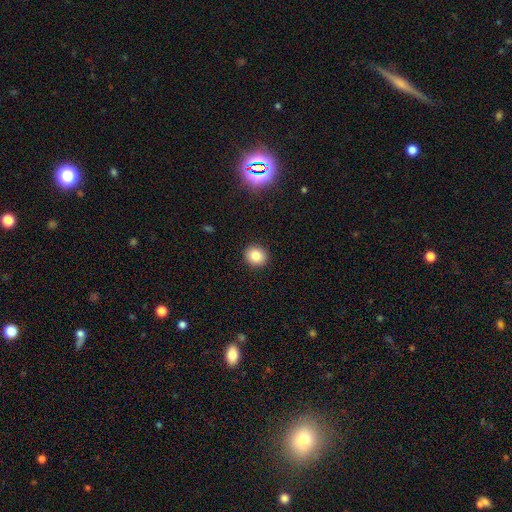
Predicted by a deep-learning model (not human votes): Smooth or featured? smooth (82%)
How rounded? round (81%)
Merging? none (92%)